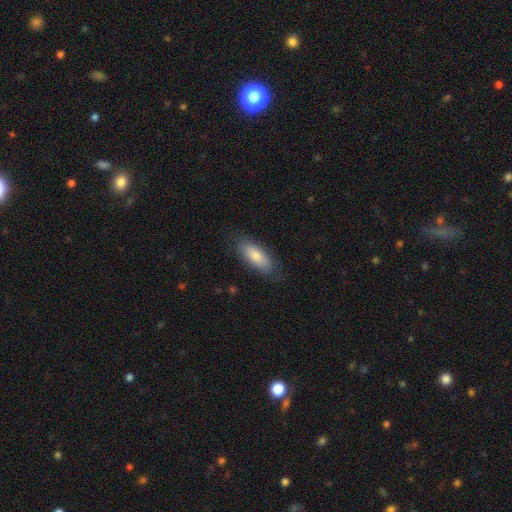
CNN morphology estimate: This is clearly a smooth galaxy (81%). How rounded: likely in between (72%). Merging: clearly none (80%).